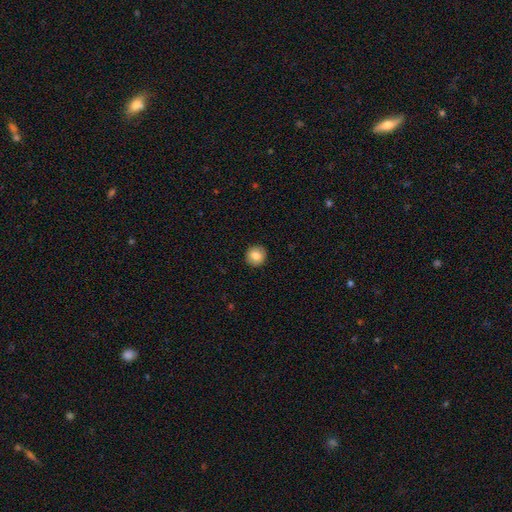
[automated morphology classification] This appears to be a smooth galaxy with no disk features (83%) that is round (92%). Merging: none (92%).